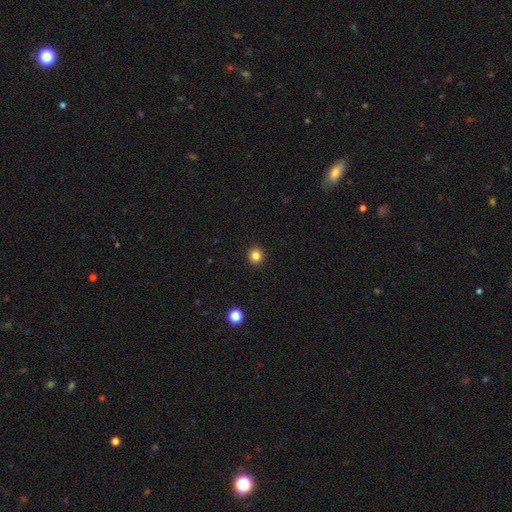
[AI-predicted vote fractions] smooth-or-featured: smooth: 84% | star or artifact: 12% | featured or disk: 5%
  how-rounded: round: 91% | in between: 8% | cigar-shaped: 1%
  merging: none: 93% | minor disturbance: 4% | major disturbance: 1% | merger: 1%